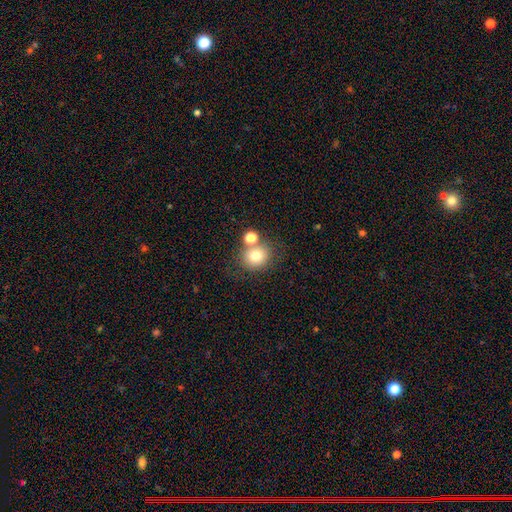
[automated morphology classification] smooth 76%, star or artifact 13%, featured or disk 11%. Down the decision tree: how rounded — round (77%); merging — none (62%).